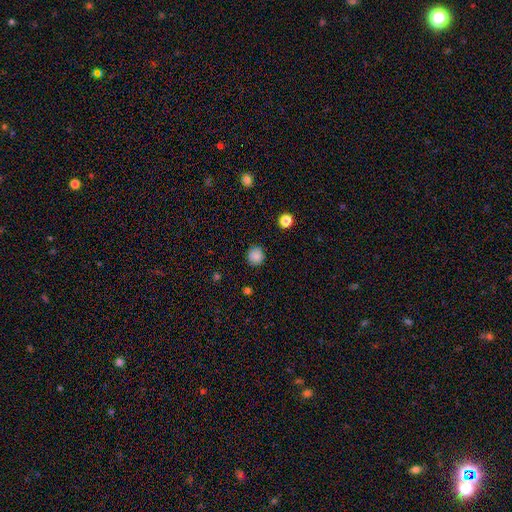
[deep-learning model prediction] A smooth galaxy with no disk features (86%) that is round (91%).

Vote fractions:
- Smooth or featured? smooth: 86% / star or artifact: 10% / featured or disk: 4%
- How rounded? round: 91% / in between: 8% / cigar-shaped: 1%
- Merging? none: 88% / minor disturbance: 8% / major disturbance: 2% / merger: 1%